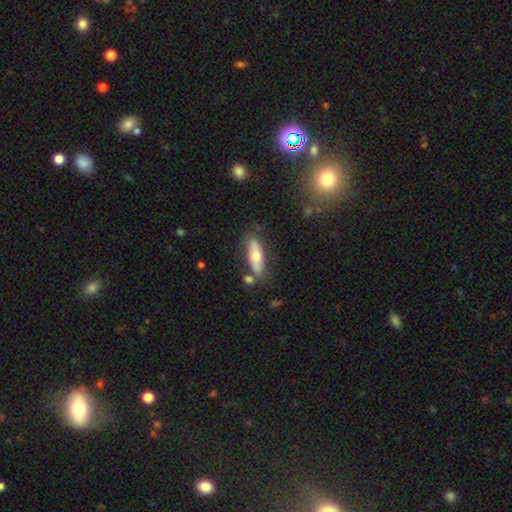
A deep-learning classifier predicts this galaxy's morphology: This is possibly a smooth galaxy (59%). How rounded: possibly in between (56%). Merging: likely none (72%).